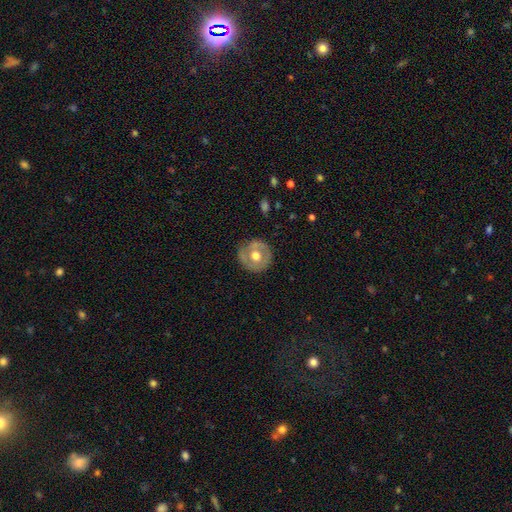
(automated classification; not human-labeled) Smooth or featured?
  - featured or disk: 51% *
  - smooth: 43%
  - star or artifact: 6%
Edge-on disk?
  - no: 96% *
  - yes: 4%
Merging?
  - none: 79% *
  - minor disturbance: 15%
  - major disturbance: 5%
  - merger: 2%